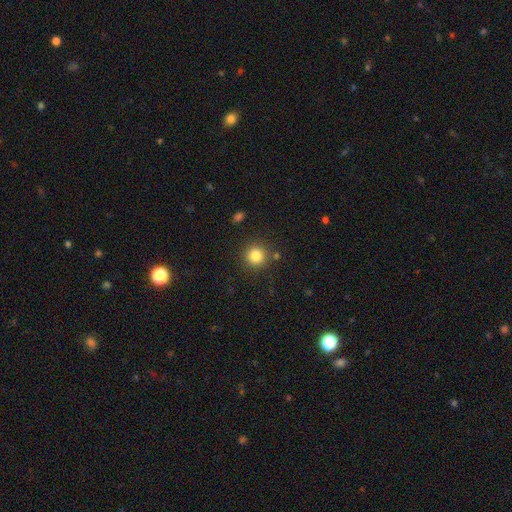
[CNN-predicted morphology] Overall: smooth (83%). How rounded: round (94%). Merging: none (86%).